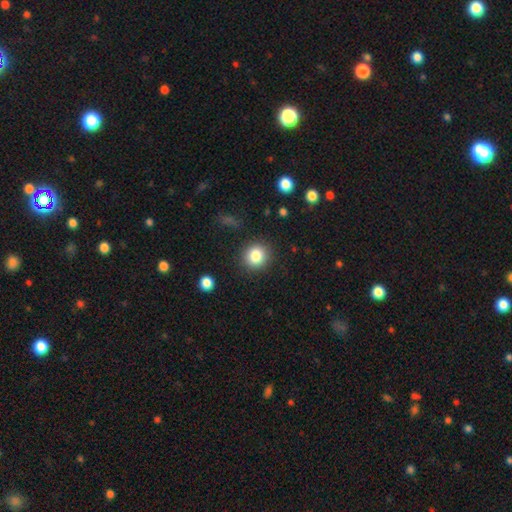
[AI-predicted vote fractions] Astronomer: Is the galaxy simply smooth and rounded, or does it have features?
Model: smooth — 83%.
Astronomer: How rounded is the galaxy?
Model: round — 87%.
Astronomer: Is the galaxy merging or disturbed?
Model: none — 89%.